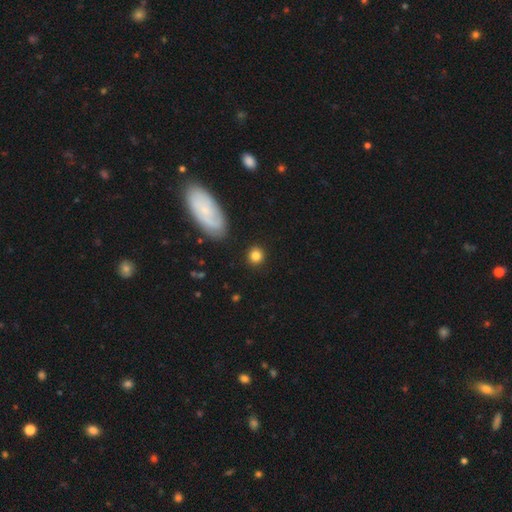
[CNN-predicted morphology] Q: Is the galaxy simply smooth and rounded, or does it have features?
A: smooth — 83%.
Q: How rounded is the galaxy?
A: round — 88%.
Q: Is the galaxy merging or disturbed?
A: none — 88%.